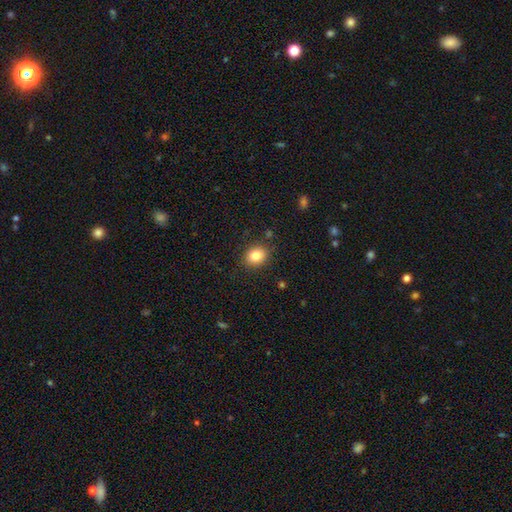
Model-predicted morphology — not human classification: smooth-or-featured: smooth: 82% | star or artifact: 10% | featured or disk: 8%
  how-rounded: round: 64% | in between: 35% | cigar-shaped: 1%
  merging: none: 87% | minor disturbance: 9% | major disturbance: 2% | merger: 2%